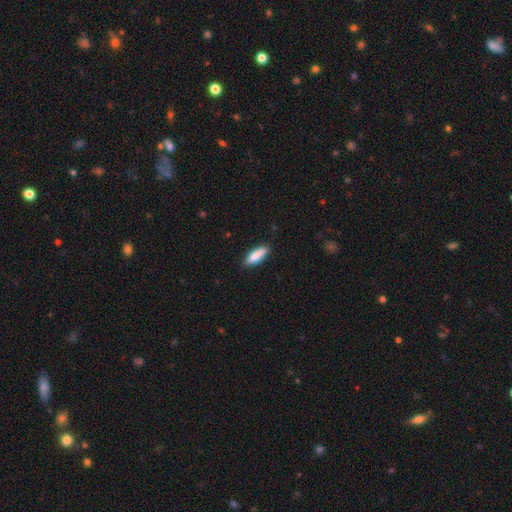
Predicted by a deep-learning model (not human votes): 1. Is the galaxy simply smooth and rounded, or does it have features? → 83% smooth, 11% featured or disk, 6% star or artifact.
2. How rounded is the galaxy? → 51% in between, 47% cigar-shaped, 2% round.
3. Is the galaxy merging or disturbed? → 84% none, 13% minor disturbance, 2% major disturbance, 1% merger.